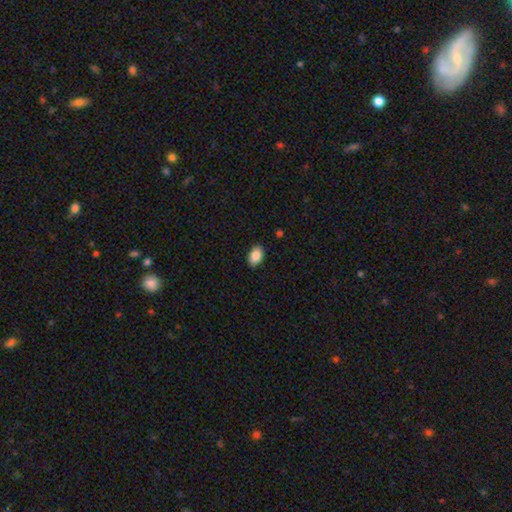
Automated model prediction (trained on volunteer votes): Smooth or featured? smooth (89%)
How rounded? in between (90%)
Merging? none (88%)